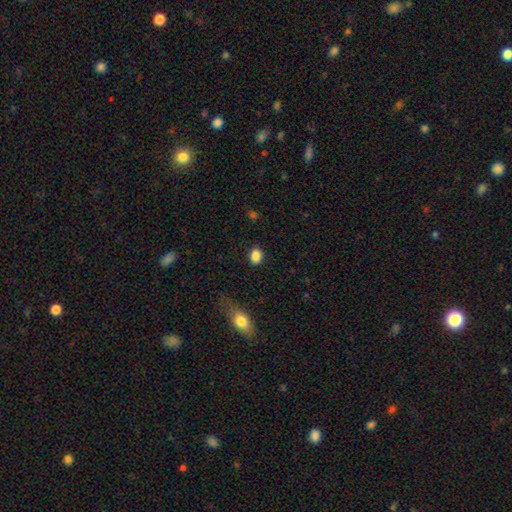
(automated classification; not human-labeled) Overall: smooth (87%). How rounded: in between (63%; round 35%). Merging: none (86%).